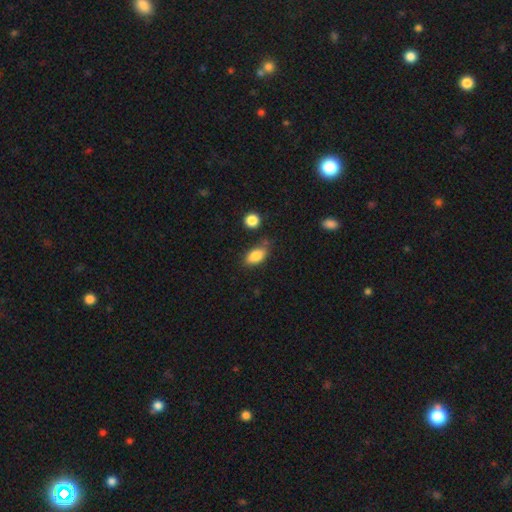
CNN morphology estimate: A smooth galaxy with no disk features (83%) that is in between round and cigar-shaped (87%).

Vote fractions:
- Smooth or featured? smooth: 83% / featured or disk: 9% / star or artifact: 8%
- How rounded? in between: 87% / round: 7% / cigar-shaped: 6%
- Merging? none: 63% / minor disturbance: 25% / merger: 6% / major disturbance: 6%